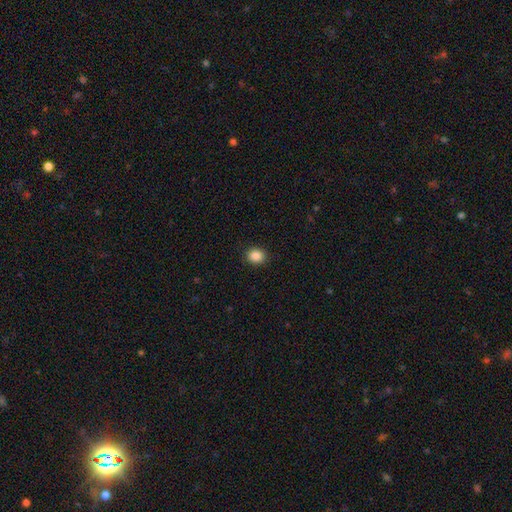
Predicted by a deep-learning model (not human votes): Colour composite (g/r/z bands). It shows a smooth galaxy with no disk features (88%) that is round (63%). Merging: none (90%).